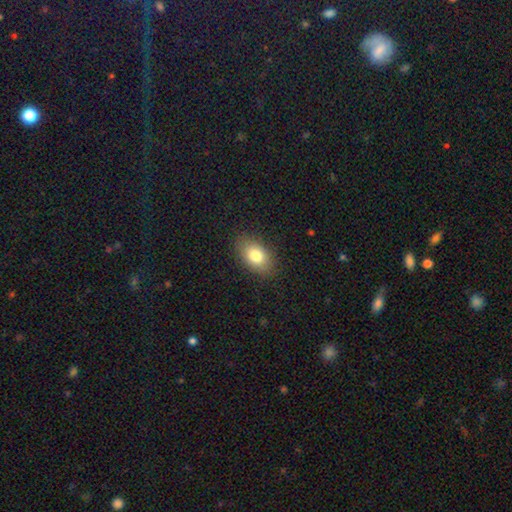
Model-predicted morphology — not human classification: smooth 79%, featured or disk 12%, star or artifact 9%. Down the decision tree: how rounded — in between (85%); merging — none (85%).